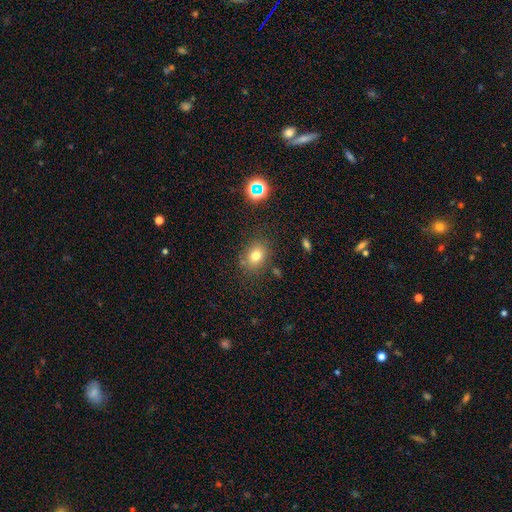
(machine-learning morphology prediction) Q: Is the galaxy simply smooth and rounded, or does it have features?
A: smooth — 76%.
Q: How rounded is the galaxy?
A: in between — 55%.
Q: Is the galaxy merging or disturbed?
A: none — 80%.